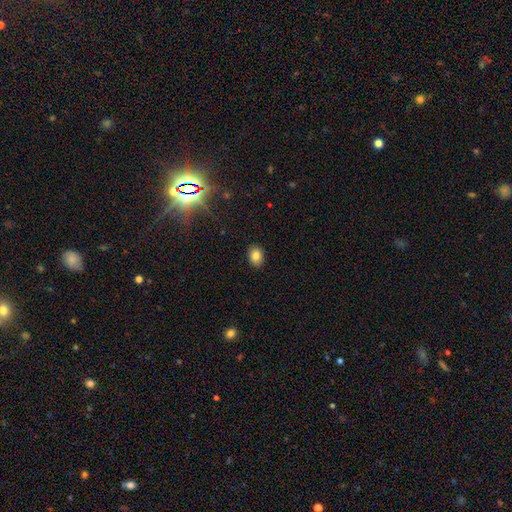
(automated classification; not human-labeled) Smooth or featured? smooth (83%)
How rounded? in between (61%)
Merging? none (90%)